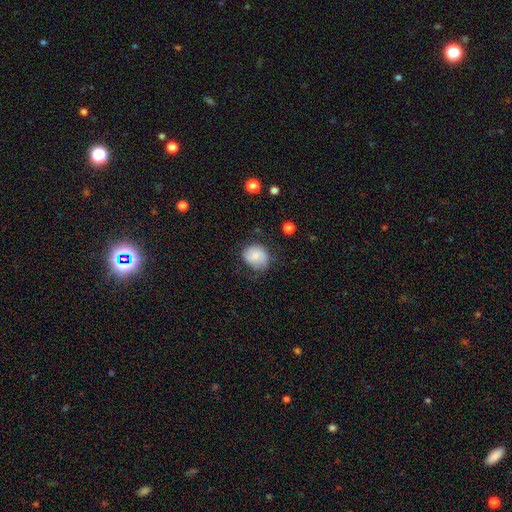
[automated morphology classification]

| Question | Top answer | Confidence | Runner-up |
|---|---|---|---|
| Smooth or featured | smooth | 68% | featured or disk (24%) |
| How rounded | round | 71% | in between (28%) |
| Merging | none | 59% | minor disturbance (29%) |